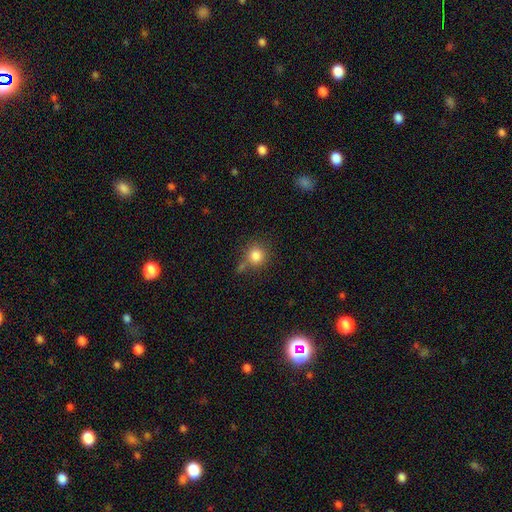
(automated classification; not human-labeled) smooth-or-featured: smooth: 83% | star or artifact: 10% | featured or disk: 6%
  how-rounded: round: 88% | in between: 11% | cigar-shaped: 1%
  merging: none: 63% | minor disturbance: 16% | merger: 15% | major disturbance: 5%